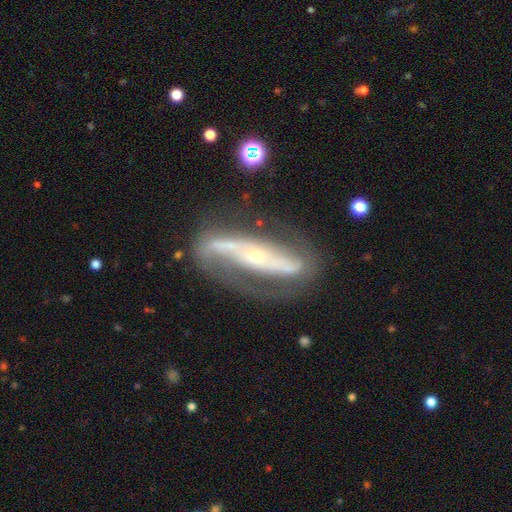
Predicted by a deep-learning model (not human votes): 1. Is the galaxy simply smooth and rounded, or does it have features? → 85% featured or disk, 10% smooth, 6% star or artifact.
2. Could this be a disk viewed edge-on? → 79% no, 21% yes.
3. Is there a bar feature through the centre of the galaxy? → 48% strong, 36% no, 16% weak.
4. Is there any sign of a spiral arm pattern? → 85% yes, 15% no.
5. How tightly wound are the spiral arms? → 39% loose, 38% medium, 23% tight.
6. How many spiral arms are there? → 84% 2, 7% can't tell, 5% 1, 1% 3, 1% 4, 1% more than 4.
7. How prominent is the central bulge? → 72% small, 24% moderate, 2% large, 1% dominant, 1% none.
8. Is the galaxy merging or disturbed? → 68% none, 17% minor disturbance, 12% major disturbance, 3% merger.